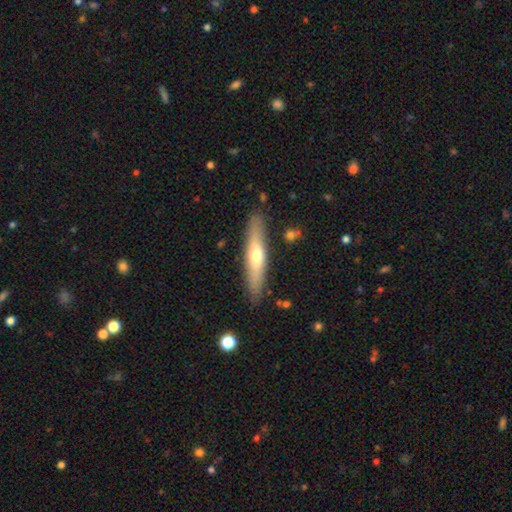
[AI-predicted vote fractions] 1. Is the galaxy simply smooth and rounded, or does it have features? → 49% smooth, 45% featured or disk, 5% star or artifact.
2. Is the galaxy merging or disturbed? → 87% none, 9% minor disturbance, 2% major disturbance, 2% merger.